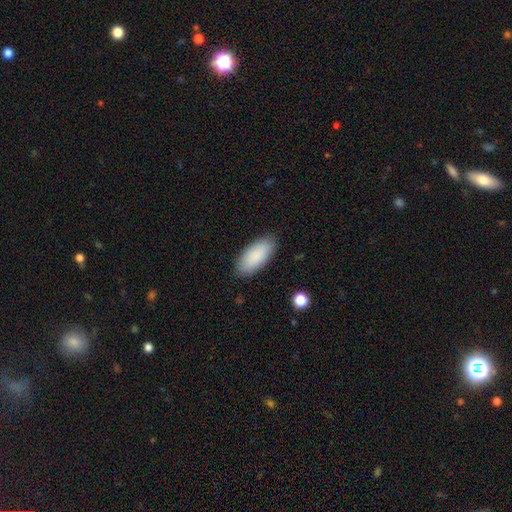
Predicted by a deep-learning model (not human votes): Smooth or featured? smooth (89%)
How rounded? in between (89%)
Merging? none (88%)